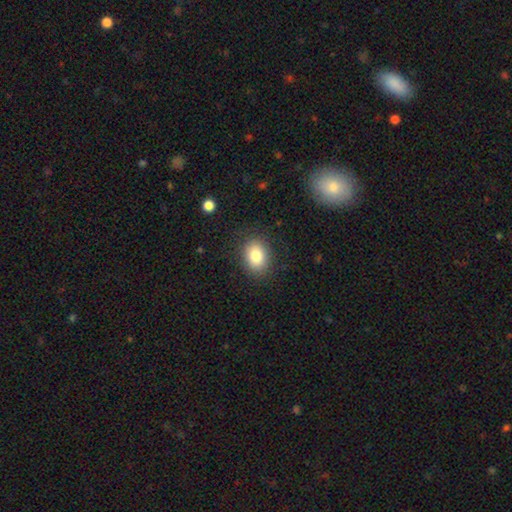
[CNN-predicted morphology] smooth 82%, star or artifact 9%, featured or disk 9%. Down the decision tree: how rounded — in between (64%); merging — none (86%).